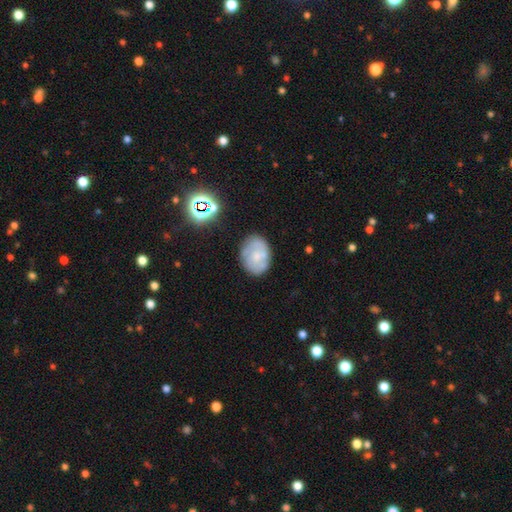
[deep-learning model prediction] Q: Smooth or featured?
A: smooth (47%); runner-up: featured or disk (43%)
Q: Merging?
A: none (71%); runner-up: minor disturbance (19%)